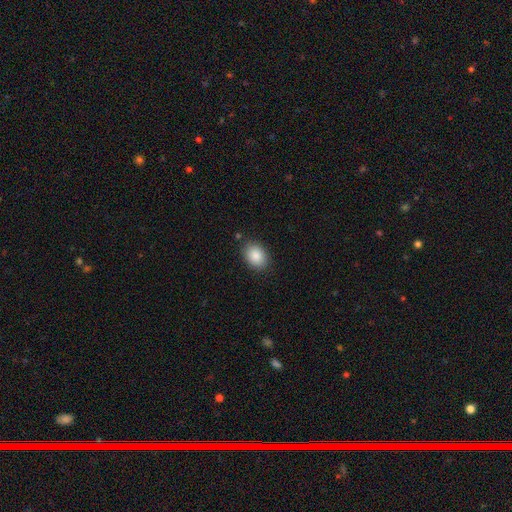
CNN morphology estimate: Smooth or featured? Predicted: smooth (p=0.88). How rounded? Predicted: in between (p=0.71). Merging? Predicted: none (p=0.86).